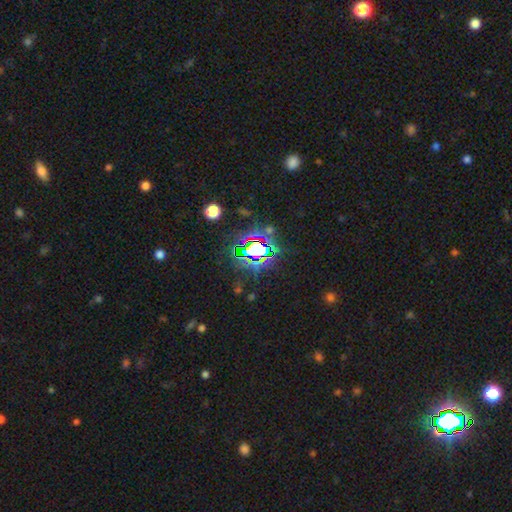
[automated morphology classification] Overall: star or artifact (73%).